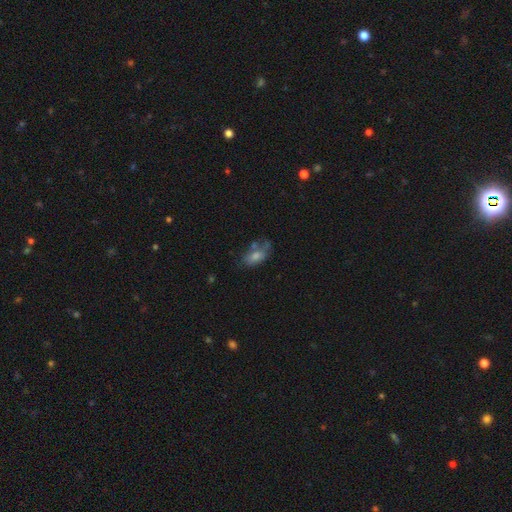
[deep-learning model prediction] The model was most divided on "merging": none: 48%, minor disturbance: 25%, major disturbance: 14%, merger: 13%. More confident: how rounded — in between (84%); smooth or featured — smooth (57%).